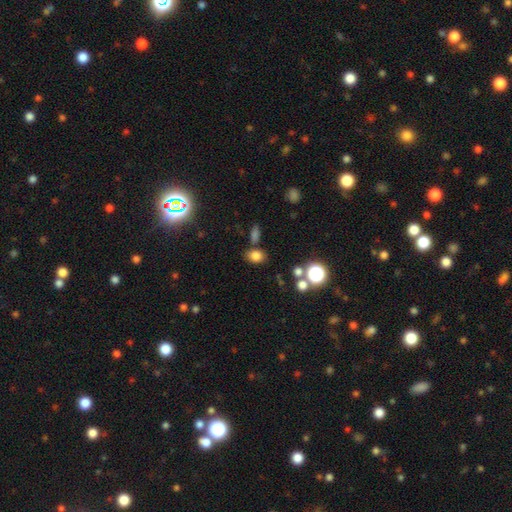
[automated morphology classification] Q: Smooth or featured?
A: smooth (77%); runner-up: star or artifact (16%)
Q: How rounded?
A: in between (66%); runner-up: round (33%)
Q: Merging?
A: none (72%); runner-up: minor disturbance (13%)